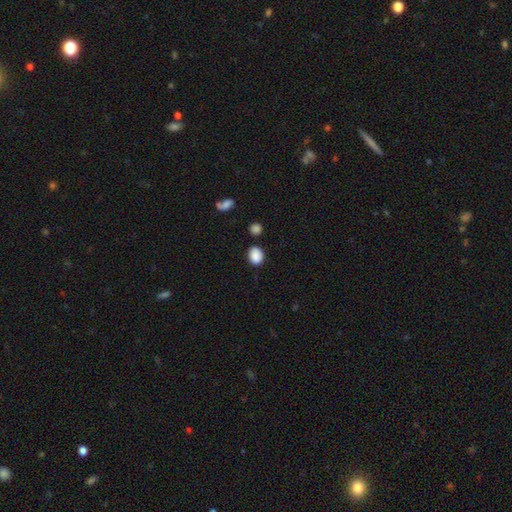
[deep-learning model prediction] This is clearly a smooth galaxy (88%). How rounded: possibly in between (58%). Merging: likely none (78%).